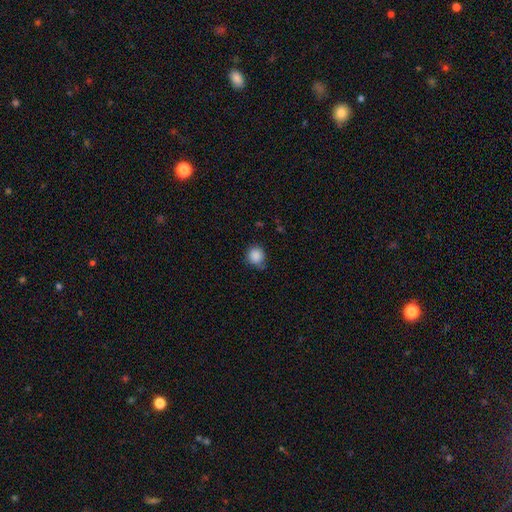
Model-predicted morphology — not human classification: Smooth or featured: smooth — 87% (star or artifact — 9%)
How rounded: round — 87% (in between — 13%)
Merging: none — 64% (minor disturbance — 28%)